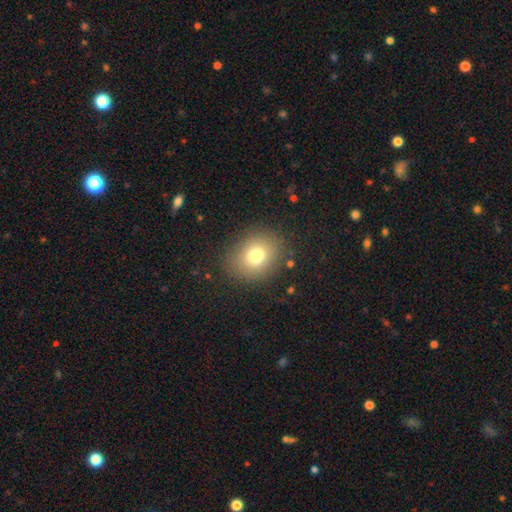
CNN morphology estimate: This is likely a smooth galaxy (76%). How rounded: likely round (62%). Merging: clearly none (86%).